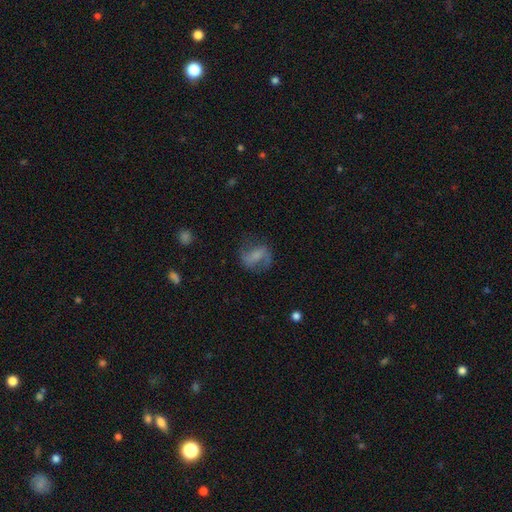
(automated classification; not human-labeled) Q: Smooth or featured?
A: featured or disk (52%); runner-up: smooth (38%)
Q: Edge-on disk?
A: no (96%); runner-up: yes (4%)
Q: Merging?
A: none (58%); runner-up: minor disturbance (22%)